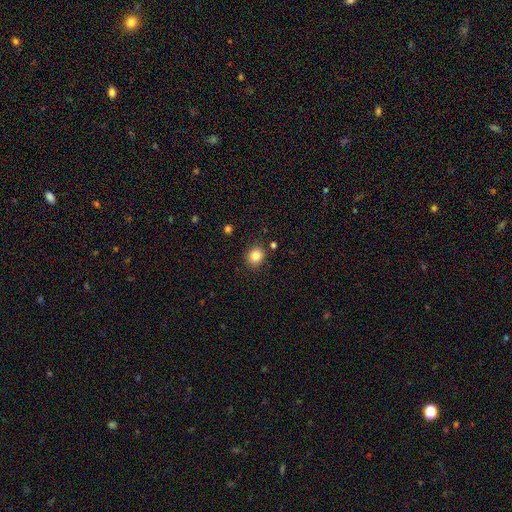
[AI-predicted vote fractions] This appears to be a smooth galaxy with no disk features (84%) that is round (74%). Merging: none (85%).